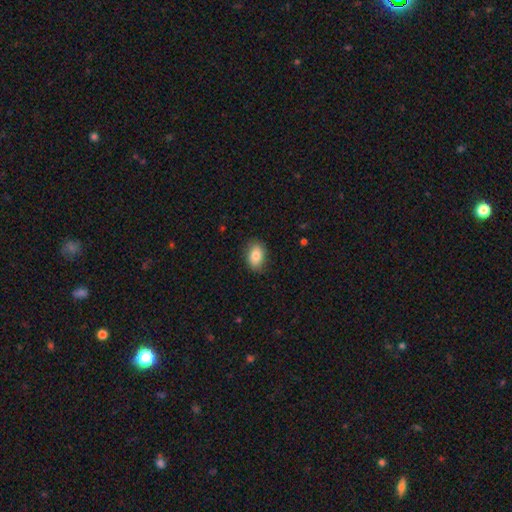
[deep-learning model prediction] This is clearly a smooth galaxy (83%). How rounded: clearly in between (85%). Merging: clearly none (85%).